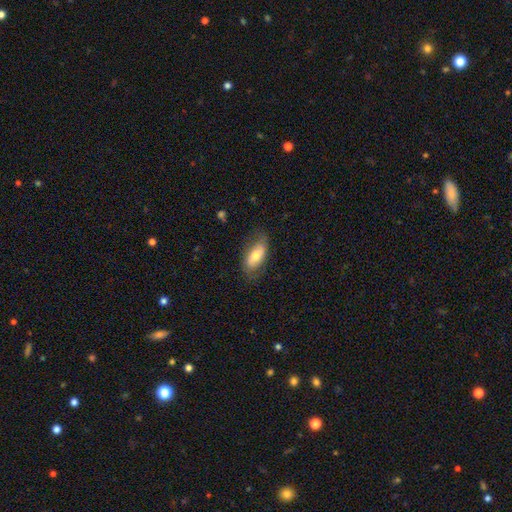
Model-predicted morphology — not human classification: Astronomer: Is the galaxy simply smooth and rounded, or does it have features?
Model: smooth — 68%.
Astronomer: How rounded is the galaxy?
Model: in between — 87%.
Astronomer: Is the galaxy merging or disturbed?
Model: none — 71%.